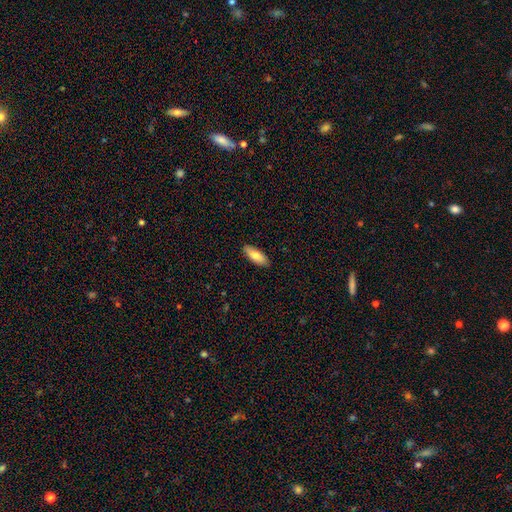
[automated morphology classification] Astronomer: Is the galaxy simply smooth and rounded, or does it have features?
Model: smooth — 81%.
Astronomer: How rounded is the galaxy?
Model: in between — 71%.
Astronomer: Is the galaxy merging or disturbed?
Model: none — 89%.